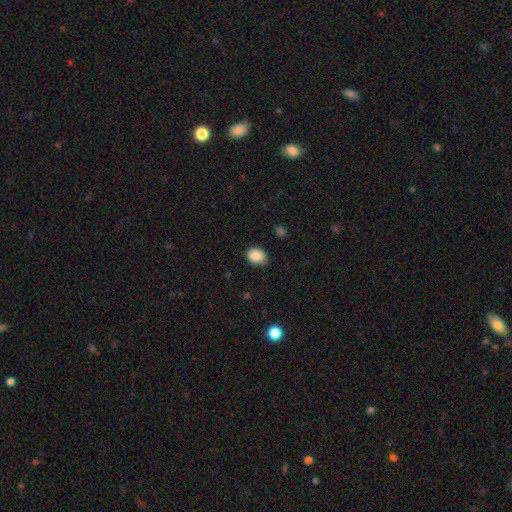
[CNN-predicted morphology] A smooth galaxy with no disk features (88%) that is round (50%).

Vote fractions:
- Smooth or featured? smooth: 88% / star or artifact: 9% / featured or disk: 4%
- How rounded? round: 50% / in between: 49% / cigar-shaped: 1%
- Merging? none: 76% / minor disturbance: 19% / major disturbance: 3% / merger: 1%